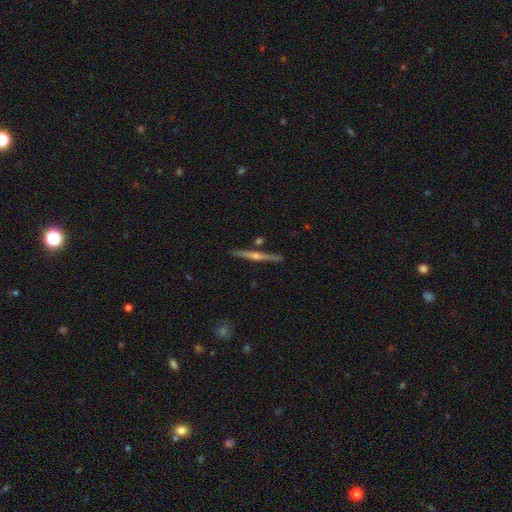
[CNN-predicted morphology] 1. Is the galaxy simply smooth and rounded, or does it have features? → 80% featured or disk, 14% smooth, 6% star or artifact.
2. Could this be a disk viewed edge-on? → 98% yes, 2% no.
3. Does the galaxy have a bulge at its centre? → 82% rounded, 12% none, 6% boxy.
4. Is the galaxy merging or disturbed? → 90% none, 6% minor disturbance, 3% merger, 2% major disturbance.